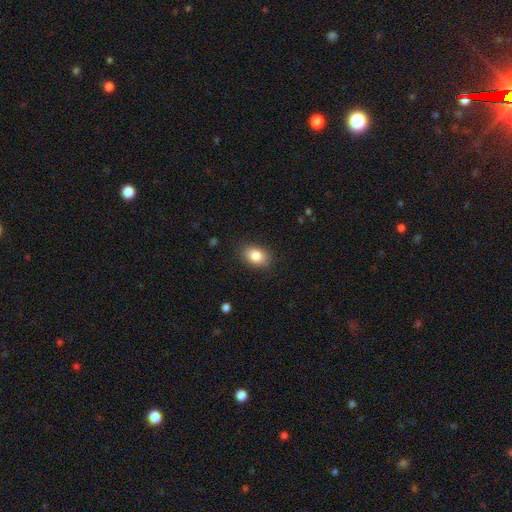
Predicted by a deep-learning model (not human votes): A smooth galaxy with no disk features (84%) that is in between round and cigar-shaped (78%). Merging: none (87%).